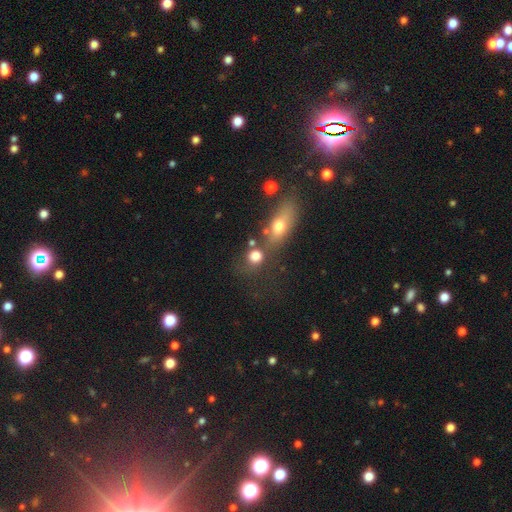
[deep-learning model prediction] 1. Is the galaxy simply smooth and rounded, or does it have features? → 76% smooth, 13% star or artifact, 11% featured or disk.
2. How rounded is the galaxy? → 77% round, 20% in between, 3% cigar-shaped.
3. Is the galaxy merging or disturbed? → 53% none, 25% merger, 13% minor disturbance, 9% major disturbance.